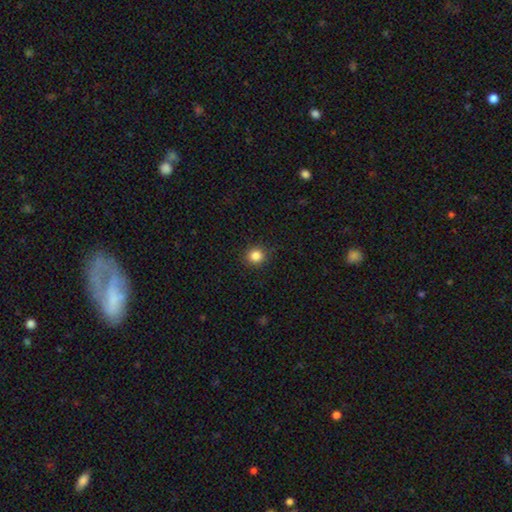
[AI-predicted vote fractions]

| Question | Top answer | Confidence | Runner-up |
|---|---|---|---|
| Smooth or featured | smooth | 84% | star or artifact (11%) |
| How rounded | round | 90% | in between (9%) |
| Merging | none | 91% | minor disturbance (6%) |